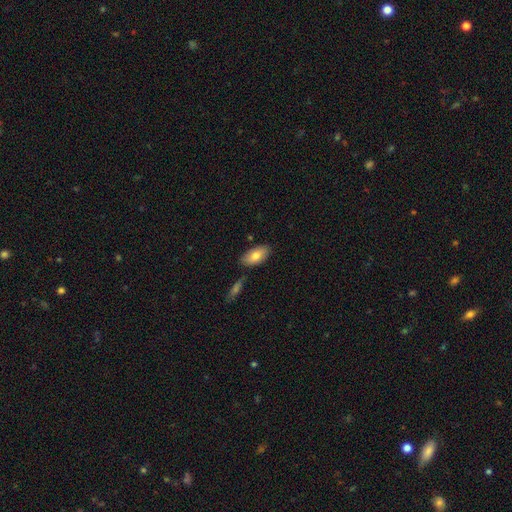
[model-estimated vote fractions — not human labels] Smooth or featured?
  - smooth: 78% *
  - featured or disk: 15%
  - star or artifact: 6%
How rounded?
  - in between: 92% *
  - cigar-shaped: 5%
  - round: 3%
Merging?
  - none: 79% *
  - minor disturbance: 13%
  - merger: 6%
  - major disturbance: 3%